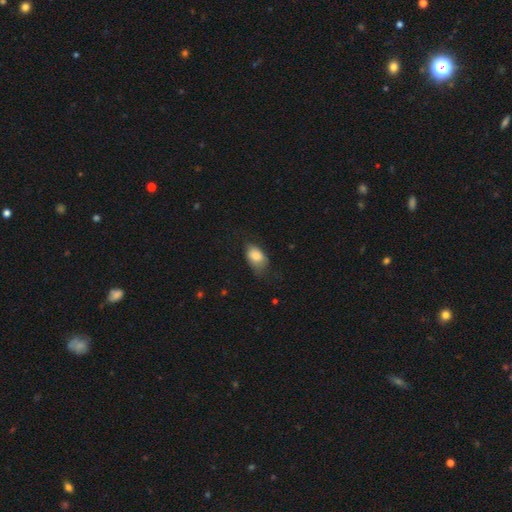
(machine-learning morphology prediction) type=smooth (80%); roundness=in between (86%); merging=none (50%).